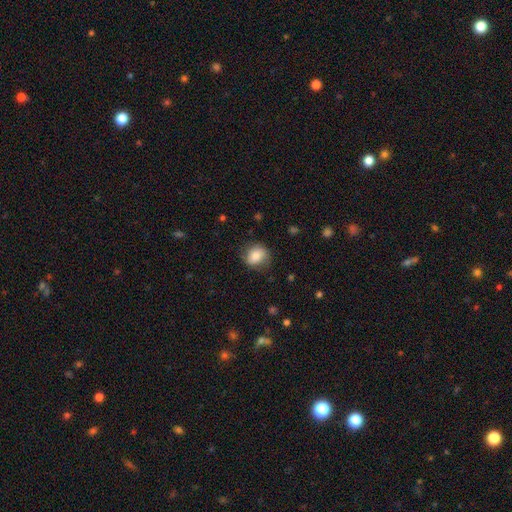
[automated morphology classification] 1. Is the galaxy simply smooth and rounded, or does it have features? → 77% smooth, 15% featured or disk, 8% star or artifact.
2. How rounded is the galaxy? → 66% round, 33% in between, 1% cigar-shaped.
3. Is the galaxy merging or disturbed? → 72% none, 20% minor disturbance, 6% major disturbance, 1% merger.